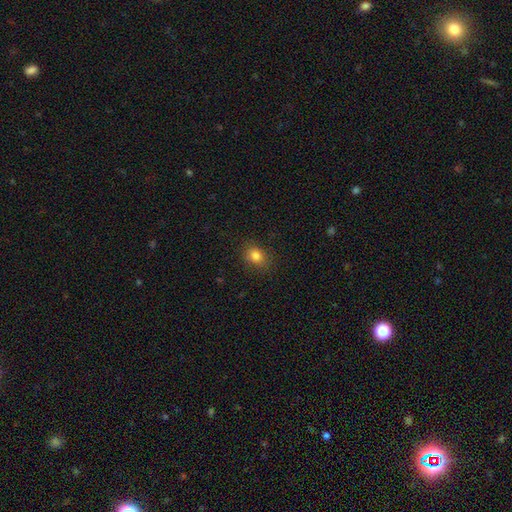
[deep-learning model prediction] smooth_or_featured: smooth (p=0.82) [alt: star or artifact p=0.12]
how_rounded: in between (p=0.53) [alt: round p=0.46]
merging: none (p=0.83) [alt: minor disturbance p=0.12]